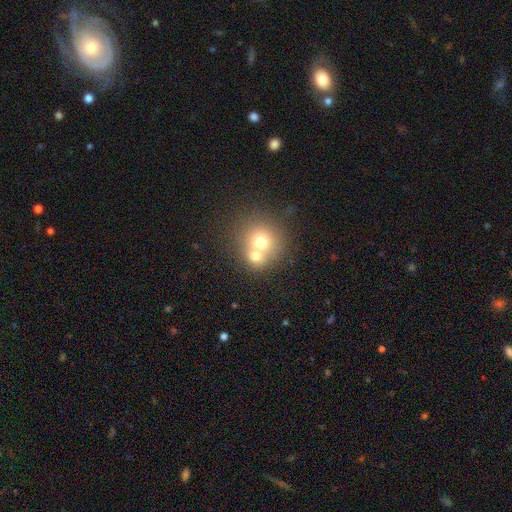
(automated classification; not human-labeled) A smooth galaxy with no disk features (67%) that is round (83%).

Vote fractions:
- Smooth or featured? smooth: 67% / featured or disk: 20% / star or artifact: 12%
- How rounded? round: 83% / in between: 16% / cigar-shaped: 1%
- Merging? merger: 56% / none: 36% / minor disturbance: 6% / major disturbance: 3%